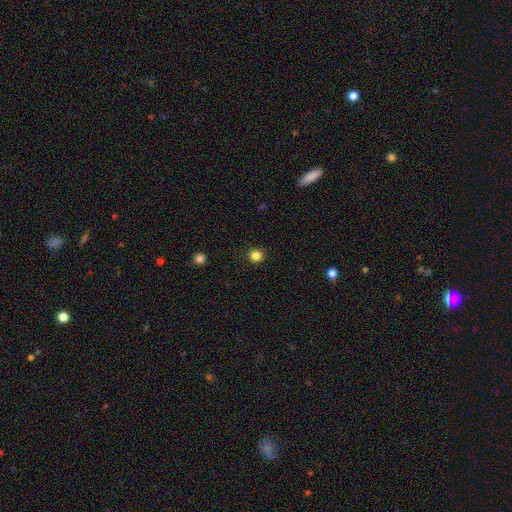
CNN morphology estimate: smooth 84%, star or artifact 12%, featured or disk 4%. Down the decision tree: how rounded — round (94%); merging — none (92%).